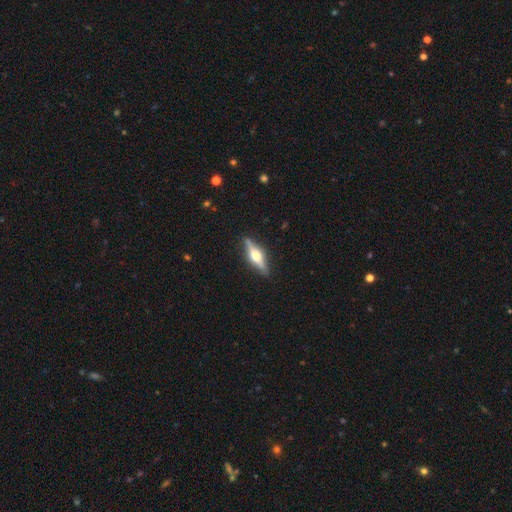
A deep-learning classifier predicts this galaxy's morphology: type=featured or disk (68%); edge-on=yes (96%); edge-on bulge=rounded (93%); merging=none (87%).